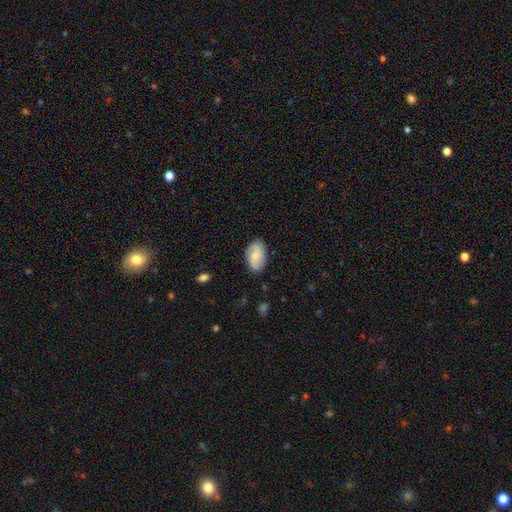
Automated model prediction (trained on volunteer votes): Smooth or featured? smooth (59%)
How rounded? in between (91%)
Merging? none (79%)